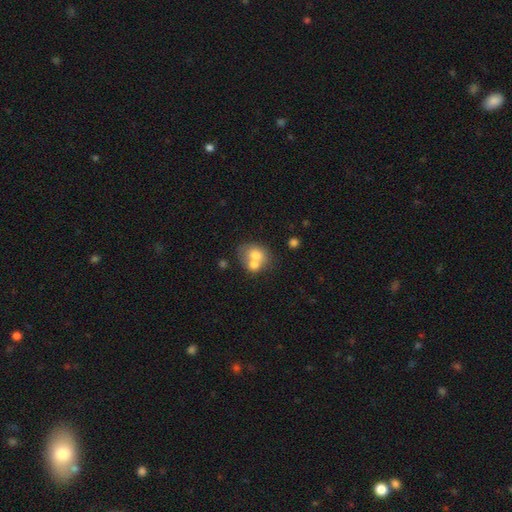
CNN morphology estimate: A smooth galaxy with no disk features (67%) that is round (55%). Merging: merger (60%).